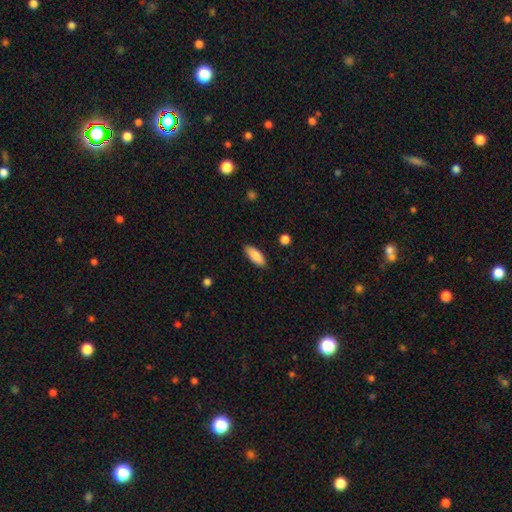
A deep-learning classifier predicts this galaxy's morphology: Q: Smooth or featured?
A: smooth (87%); runner-up: featured or disk (7%)
Q: How rounded?
A: in between (81%); runner-up: cigar-shaped (18%)
Q: Merging?
A: none (85%); runner-up: minor disturbance (11%)